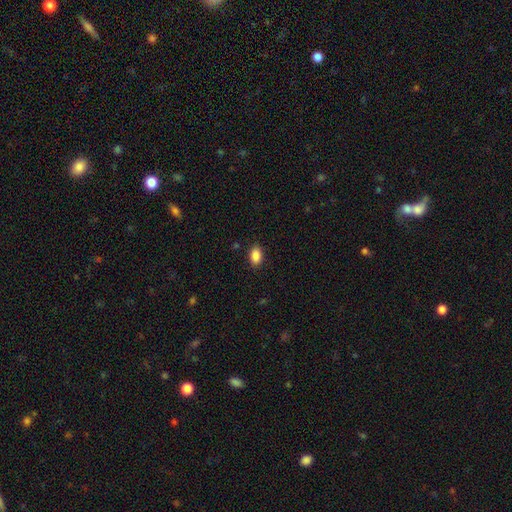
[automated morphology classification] Q: Smooth or featured?
A: smooth (88%); runner-up: star or artifact (8%)
Q: How rounded?
A: in between (88%); runner-up: round (10%)
Q: Merging?
A: none (88%); runner-up: minor disturbance (9%)